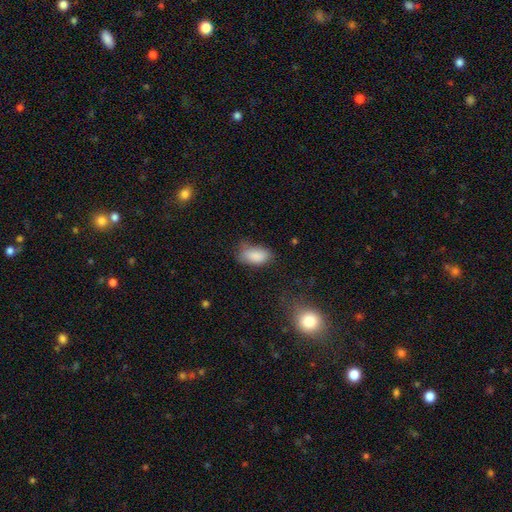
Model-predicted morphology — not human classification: This is clearly a smooth galaxy (86%). How rounded: clearly in between (92%). Merging: possibly none (58%).